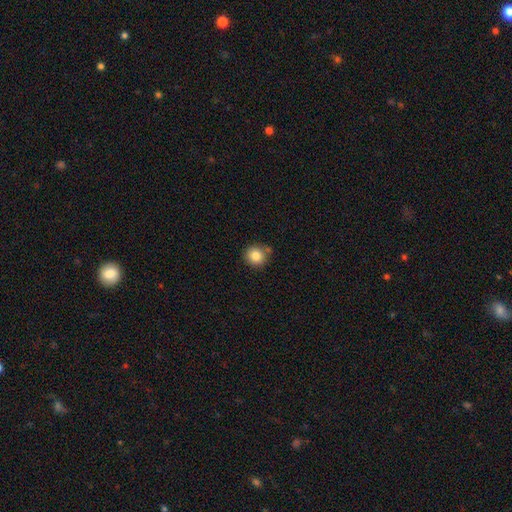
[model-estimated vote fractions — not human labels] A smooth galaxy with no disk features (84%) that is round (90%).

Vote fractions:
- Smooth or featured? smooth: 84% / star or artifact: 10% / featured or disk: 6%
- How rounded? round: 90% / in between: 9% / cigar-shaped: 1%
- Merging? none: 77% / minor disturbance: 12% / merger: 8% / major disturbance: 3%